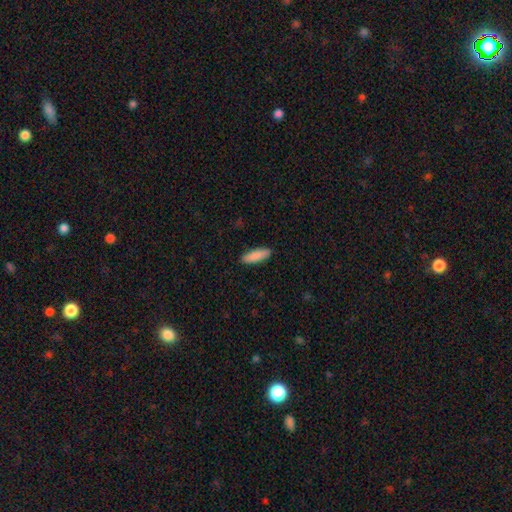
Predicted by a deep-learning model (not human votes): Smooth or featured? smooth (89%)
How rounded? cigar-shaped (50%)
Merging? none (90%)